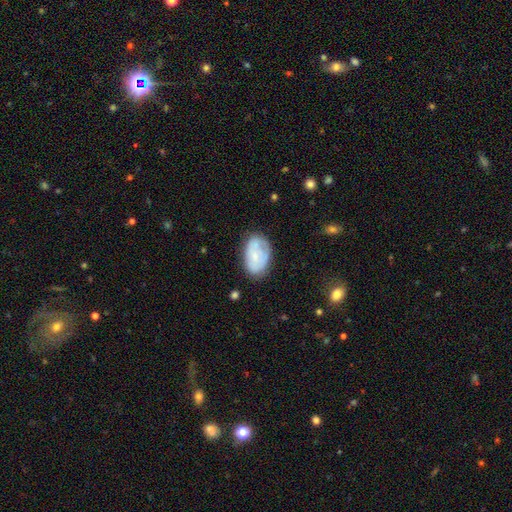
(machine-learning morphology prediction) Smooth or featured?
  - smooth: 54% *
  - featured or disk: 39%
  - star or artifact: 7%
How rounded?
  - in between: 90% *
  - round: 9%
  - cigar-shaped: 1%
Merging?
  - none: 68% *
  - minor disturbance: 23%
  - major disturbance: 7%
  - merger: 2%